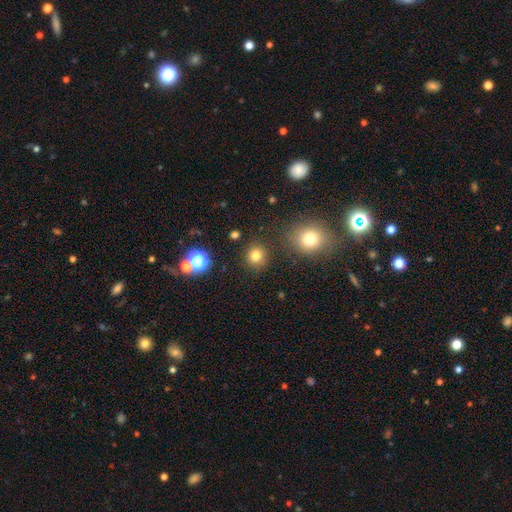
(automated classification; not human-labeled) Overall: smooth (78%). How rounded: round (89%). Merging: none (86%).